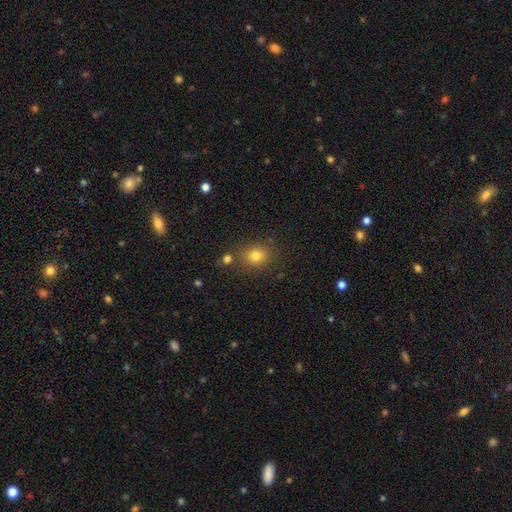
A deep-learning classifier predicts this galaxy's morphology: This is likely a smooth galaxy (78%). How rounded: possibly round (58%). Merging: likely none (80%).